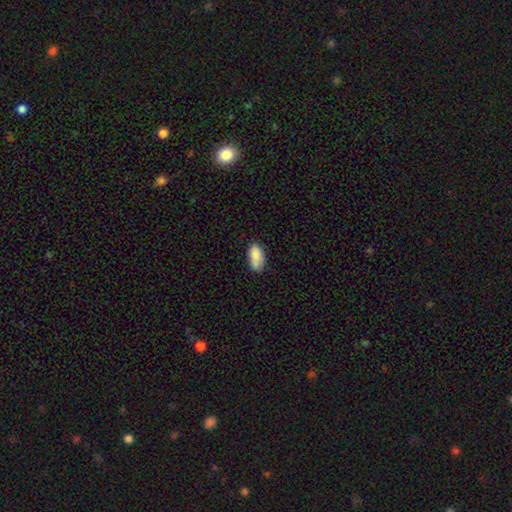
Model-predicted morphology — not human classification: Smooth or featured: smooth — 85% (featured or disk — 8%)
How rounded: in between — 92% (cigar-shaped — 5%)
Merging: none — 63% (minor disturbance — 28%)